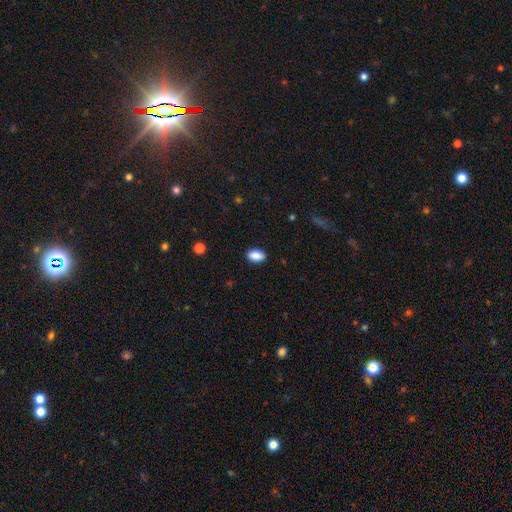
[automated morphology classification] smooth_or_featured: smooth (p=0.88) [alt: star or artifact p=0.08]
how_rounded: in between (p=0.91) [alt: round p=0.07]
merging: none (p=0.88) [alt: minor disturbance p=0.09]